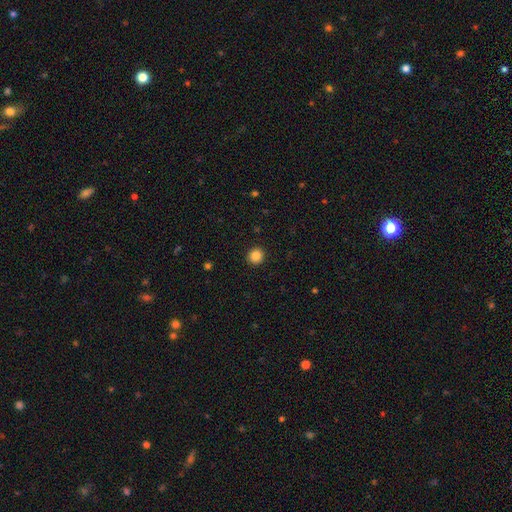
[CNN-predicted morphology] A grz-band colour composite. It shows a smooth galaxy with no disk features (87%) that is round (92%). Merging: none (93%).